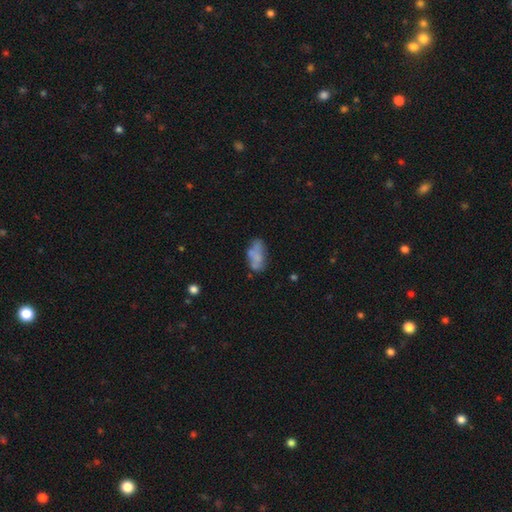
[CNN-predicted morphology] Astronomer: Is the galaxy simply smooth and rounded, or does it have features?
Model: smooth — 60%.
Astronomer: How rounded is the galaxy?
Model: in between — 90%.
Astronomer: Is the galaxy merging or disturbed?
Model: none — 46% (runner-up: minor disturbance, 25%).